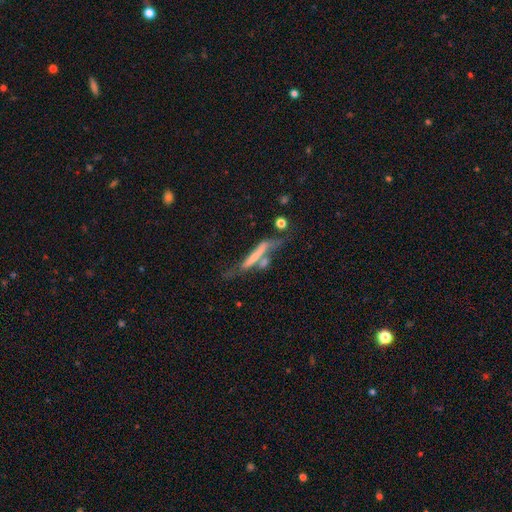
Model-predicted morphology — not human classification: Smooth or featured? featured or disk (47%)
Merging? none (35%)